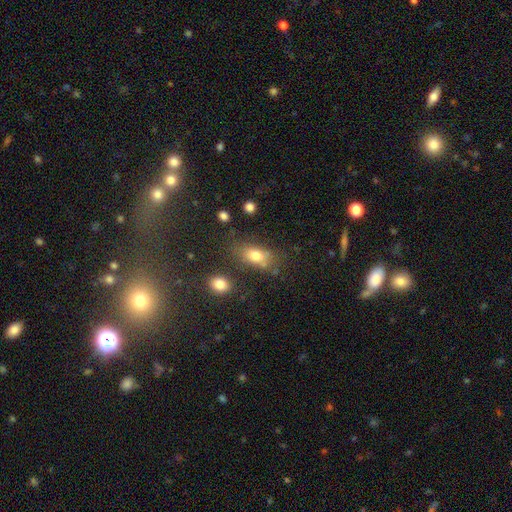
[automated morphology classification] Smooth or featured?
  - smooth: 76% *
  - featured or disk: 13%
  - star or artifact: 11%
How rounded?
  - in between: 79% *
  - round: 15%
  - cigar-shaped: 5%
Merging?
  - none: 63% *
  - minor disturbance: 19%
  - merger: 9%
  - major disturbance: 9%